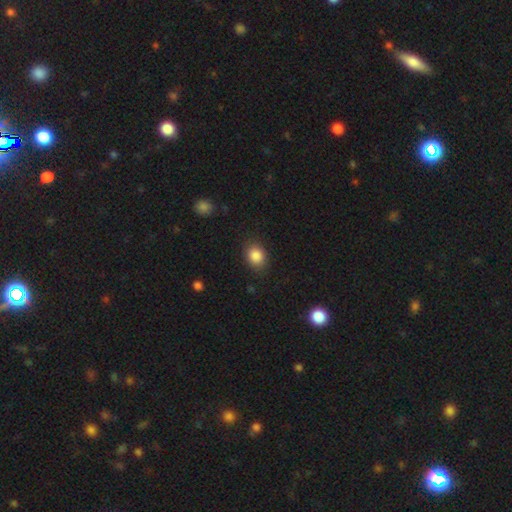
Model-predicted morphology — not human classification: Smooth or featured: smooth — 86% (star or artifact — 9%)
How rounded: round — 50% (in between — 49%)
Merging: none — 86% (minor disturbance — 10%)